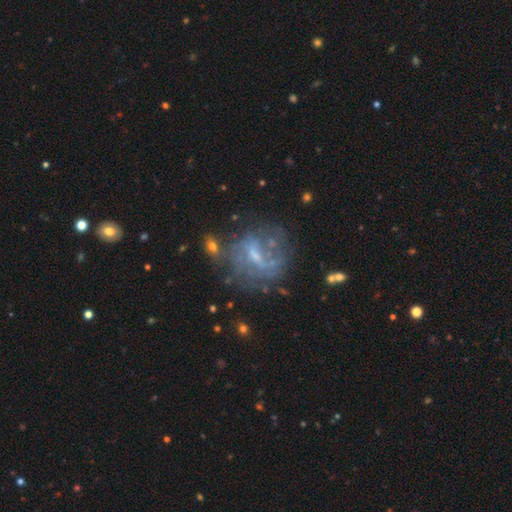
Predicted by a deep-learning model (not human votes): A featured or disk galaxy (68%) with a weak bar (53%), spiral arms (58%) and a small central bulge (52%). Merging: none (54%).